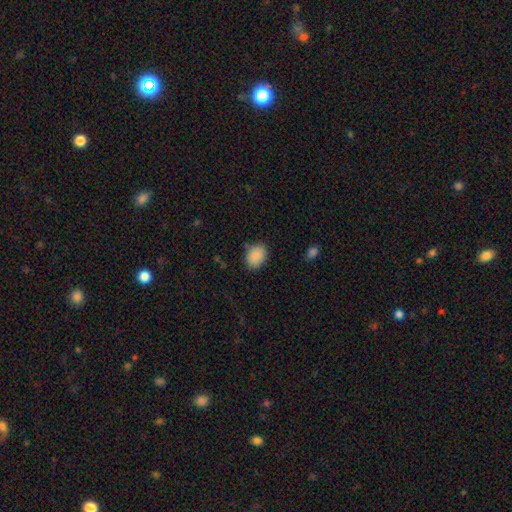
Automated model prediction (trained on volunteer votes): Smooth or featured?
  - smooth: 89% *
  - star or artifact: 8%
  - featured or disk: 4%
How rounded?
  - in between: 66% *
  - round: 33%
  - cigar-shaped: 1%
Merging?
  - none: 81% *
  - minor disturbance: 13%
  - major disturbance: 3%
  - merger: 2%